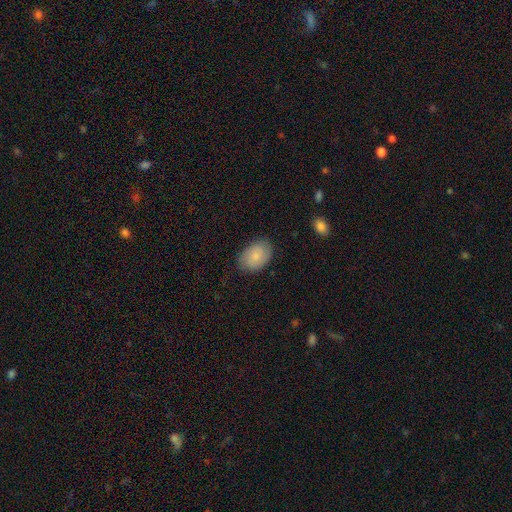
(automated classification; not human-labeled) The model was most divided on "smooth or featured": smooth: 79%, featured or disk: 14%, star or artifact: 7%. More confident: how rounded — in between (84%); merging — none (80%).